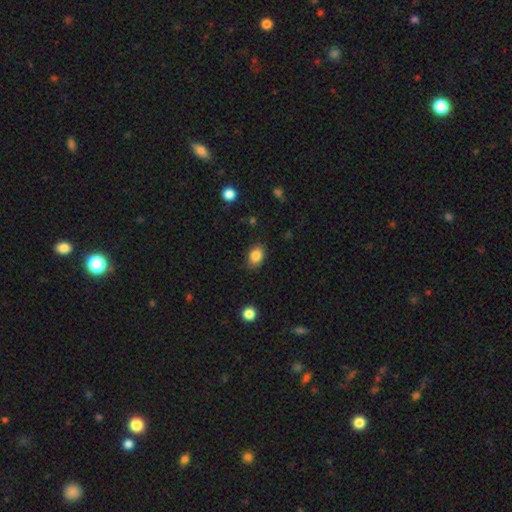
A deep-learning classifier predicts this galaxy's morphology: A smooth galaxy with no disk features (85%) that is in between round and cigar-shaped (74%).

Vote fractions:
- Smooth or featured? smooth: 85% / star or artifact: 9% / featured or disk: 6%
- How rounded? in between: 74% / round: 25% / cigar-shaped: 1%
- Merging? none: 84% / minor disturbance: 12% / major disturbance: 3% / merger: 1%